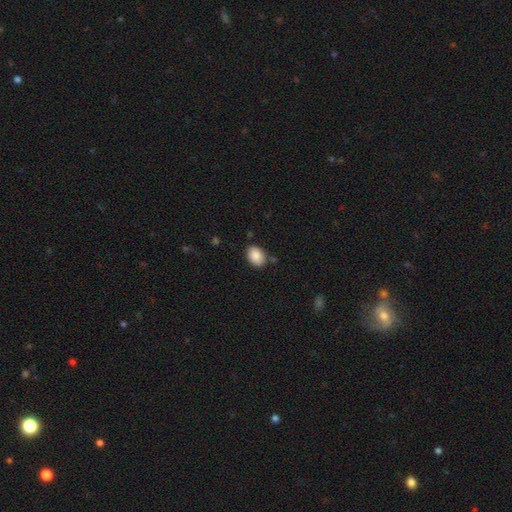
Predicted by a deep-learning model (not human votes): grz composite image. It shows a smooth galaxy with no disk features (88%) that is in between round and cigar-shaped (81%). Merging: none (81%).